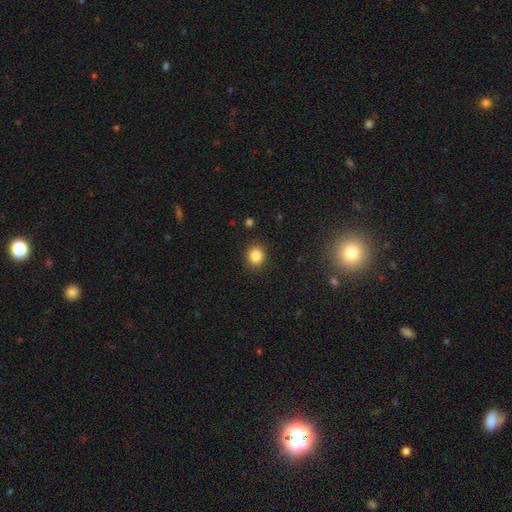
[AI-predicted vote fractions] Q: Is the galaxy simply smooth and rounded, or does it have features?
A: smooth — 85%.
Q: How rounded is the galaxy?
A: round — 75%.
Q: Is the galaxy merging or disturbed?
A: none — 89%.